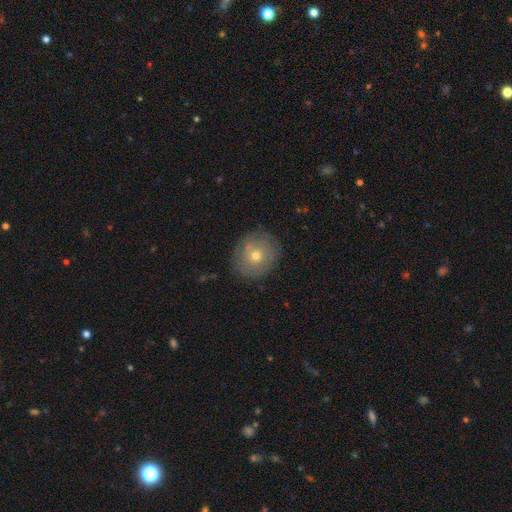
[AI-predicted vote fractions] This is possibly a smooth galaxy (60%). How rounded: clearly round (85%). Merging: clearly none (82%).